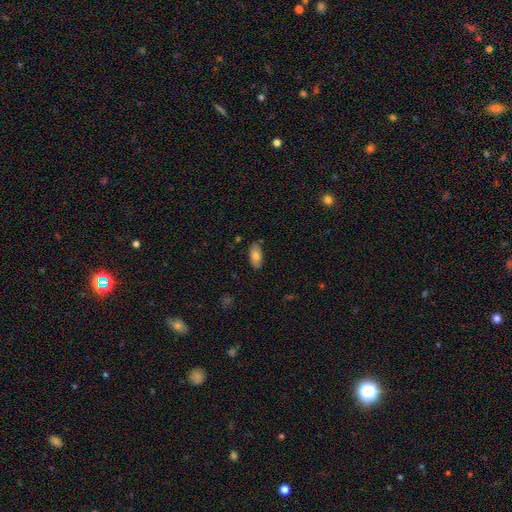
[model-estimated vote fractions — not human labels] smooth 80%, featured or disk 13%, star or artifact 7%. Down the decision tree: how rounded — in between (92%); merging — none (83%).